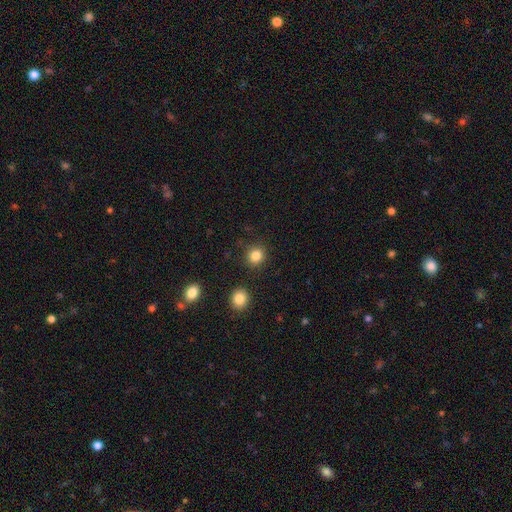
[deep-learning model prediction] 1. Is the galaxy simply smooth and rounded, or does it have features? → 85% smooth, 11% star or artifact, 4% featured or disk.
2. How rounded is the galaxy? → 85% round, 14% in between, 1% cigar-shaped.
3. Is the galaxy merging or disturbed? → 87% none, 7% minor disturbance, 3% merger, 3% major disturbance.